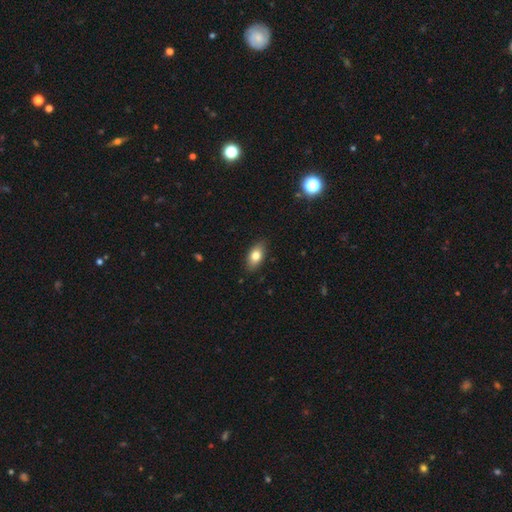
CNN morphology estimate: A smooth galaxy with no disk features (78%) that is in between round and cigar-shaped (88%). Merging: none (86%).